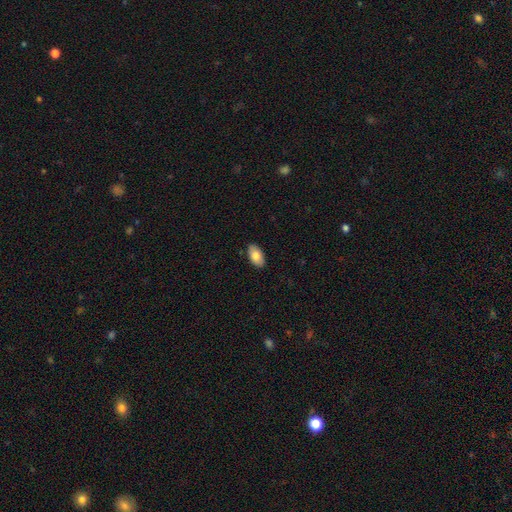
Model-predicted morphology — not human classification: The model was most divided on "smooth or featured": smooth: 80%, featured or disk: 14%, star or artifact: 6%. More confident: how rounded — in between (94%); merging — none (87%).